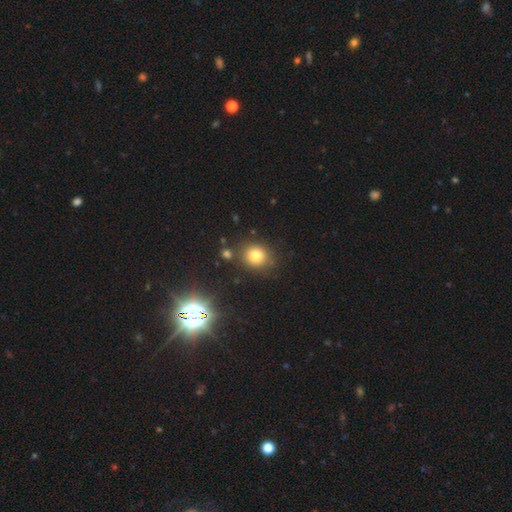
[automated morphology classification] Smooth or featured?
  - smooth: 76% *
  - star or artifact: 16%
  - featured or disk: 8%
How rounded?
  - round: 80% *
  - in between: 19%
  - cigar-shaped: 1%
Merging?
  - none: 81% *
  - minor disturbance: 10%
  - merger: 6%
  - major disturbance: 3%